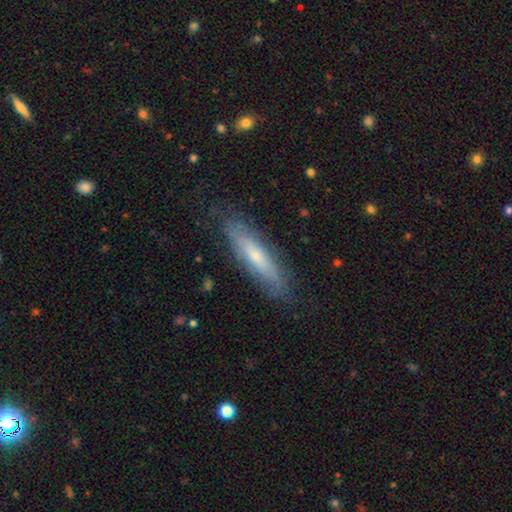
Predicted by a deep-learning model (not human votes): This is possibly a smooth galaxy (49%). Merging: clearly none (80%).